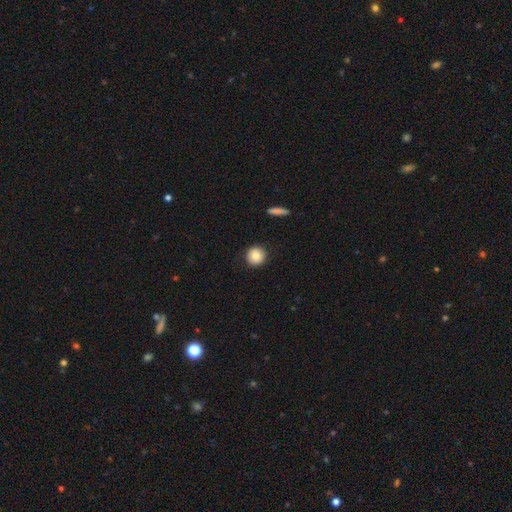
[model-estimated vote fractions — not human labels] Smooth or featured? smooth (84%)
How rounded? round (94%)
Merging? none (90%)